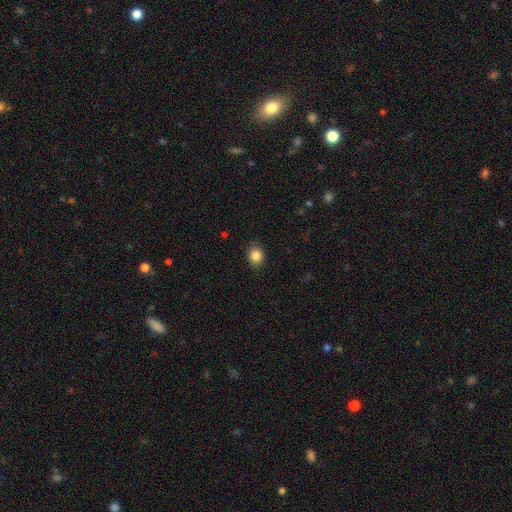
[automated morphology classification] A smooth galaxy with no disk features (86%) that is round (57%).

Vote fractions:
- Smooth or featured? smooth: 86% / star or artifact: 10% / featured or disk: 5%
- How rounded? round: 57% / in between: 42% / cigar-shaped: 1%
- Merging? none: 87% / minor disturbance: 9% / major disturbance: 2% / merger: 1%